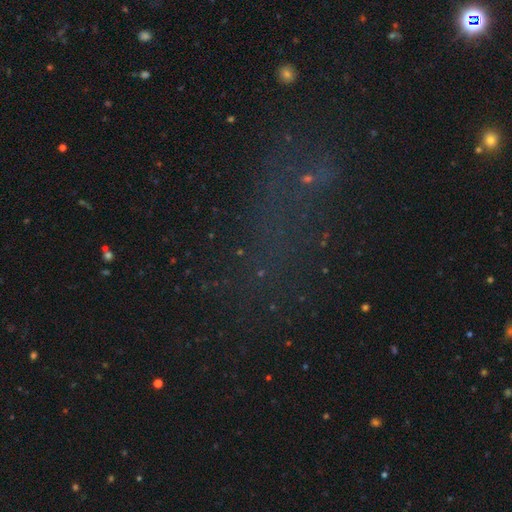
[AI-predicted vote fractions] Overall: star or artifact (60%; smooth 24%).